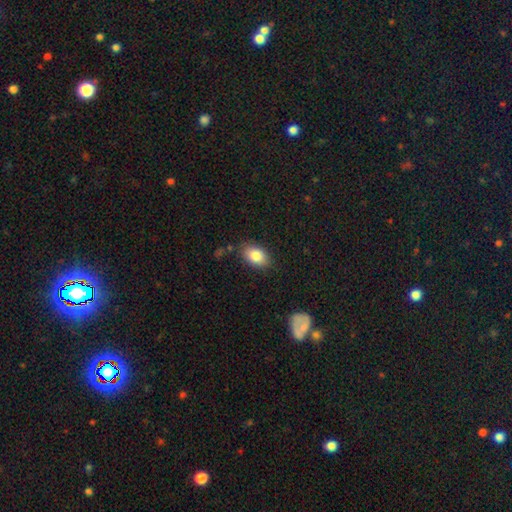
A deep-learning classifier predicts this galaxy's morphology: The model was most divided on "merging": none: 82%, minor disturbance: 13%, major disturbance: 3%, merger: 2%. More confident: how rounded — in between (87%); smooth or featured — smooth (85%).